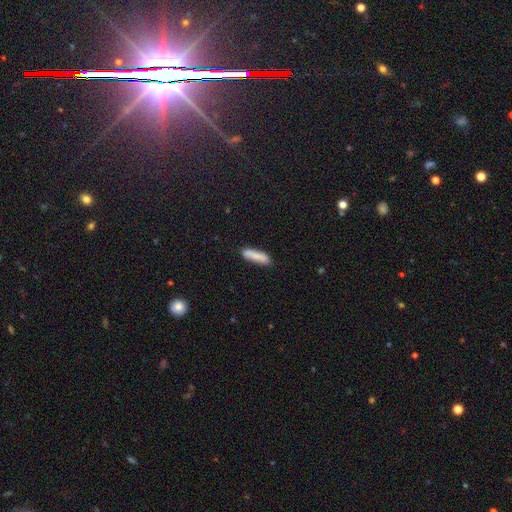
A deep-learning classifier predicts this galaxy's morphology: smooth_or_featured: smooth (p=0.83) [alt: featured or disk p=0.11]
how_rounded: cigar-shaped (p=0.75) [alt: in between p=0.23]
merging: none (p=0.81) [alt: minor disturbance p=0.14]